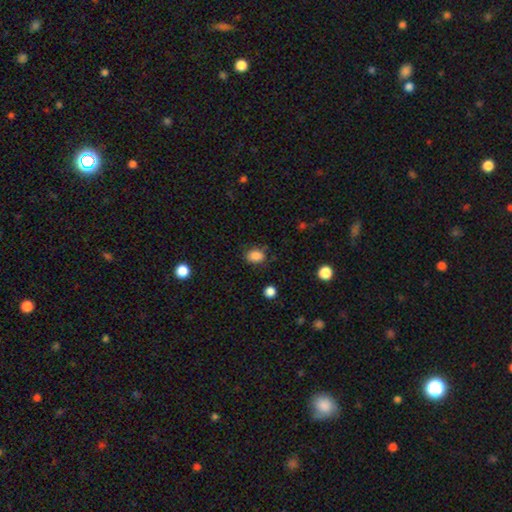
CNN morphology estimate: A smooth galaxy with no disk features (86%) that is in between round and cigar-shaped (69%). Merging: none (76%).